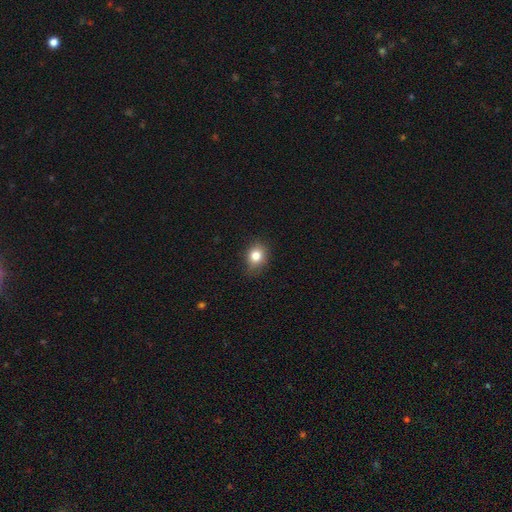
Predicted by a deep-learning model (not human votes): Q: Smooth or featured?
A: smooth (80%); runner-up: star or artifact (11%)
Q: How rounded?
A: round (55%); runner-up: in between (44%)
Q: Merging?
A: none (79%); runner-up: minor disturbance (17%)